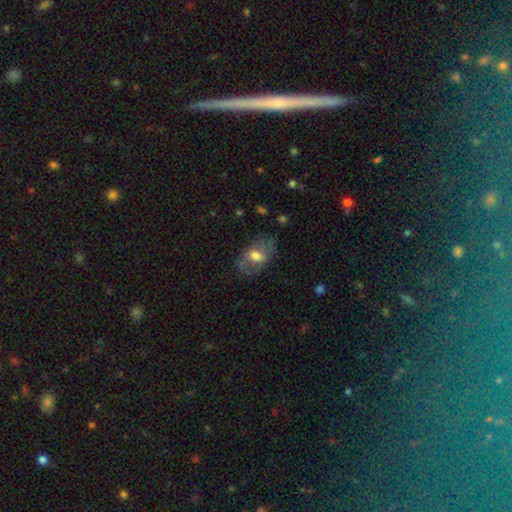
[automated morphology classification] Smooth or featured? smooth (52%)
How rounded? in between (83%)
Merging? none (65%)